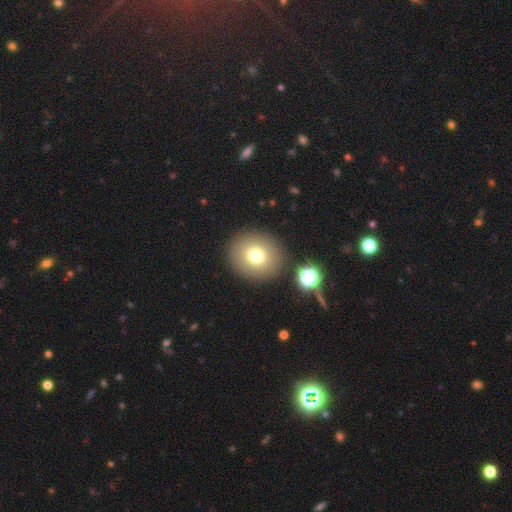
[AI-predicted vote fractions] Overall: smooth (75%). How rounded: round (85%). Merging: none (87%).